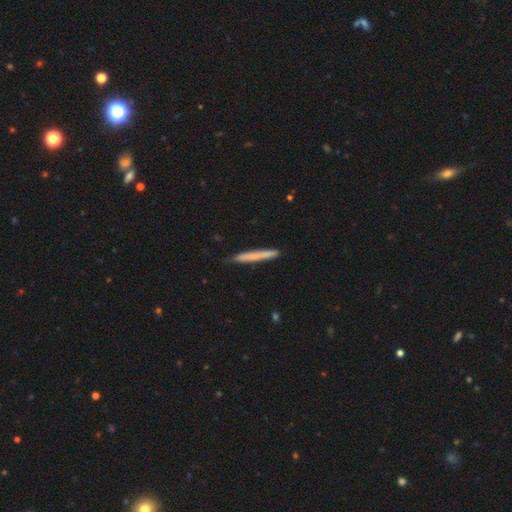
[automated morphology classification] Q: Smooth or featured?
A: smooth (69%); runner-up: featured or disk (25%)
Q: How rounded?
A: cigar-shaped (97%); runner-up: in between (2%)
Q: Merging?
A: none (88%); runner-up: minor disturbance (9%)